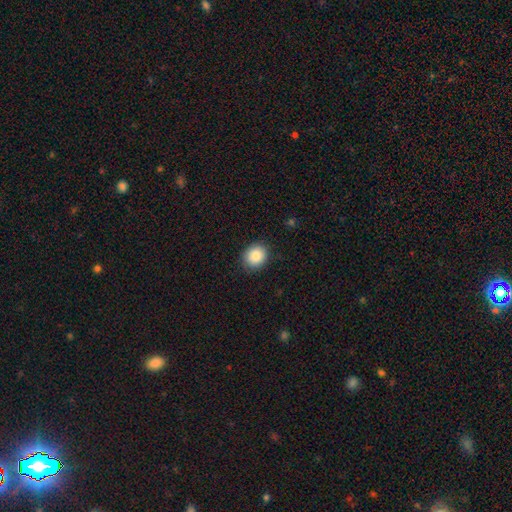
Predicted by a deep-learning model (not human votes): Smooth or featured? smooth (87%)
How rounded? round (70%)
Merging? none (87%)